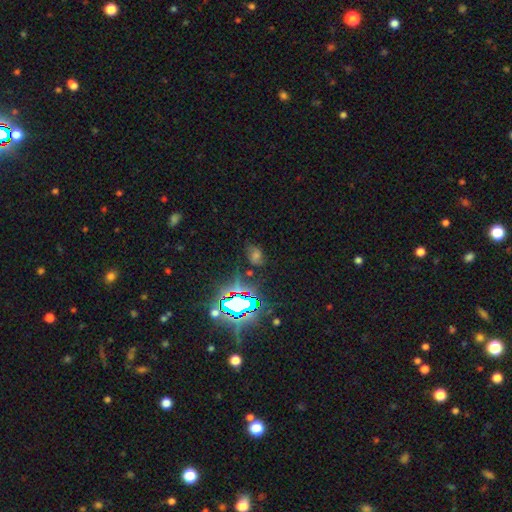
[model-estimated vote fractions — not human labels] smooth_or_featured: star or artifact (p=0.58) [alt: smooth p=0.30]